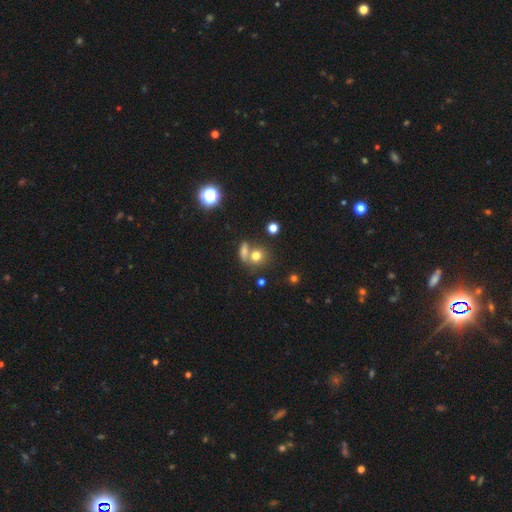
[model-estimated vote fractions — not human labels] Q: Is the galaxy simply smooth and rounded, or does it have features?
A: smooth — 73%.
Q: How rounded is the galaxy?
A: round — 73%.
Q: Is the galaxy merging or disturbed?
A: none — 51%.